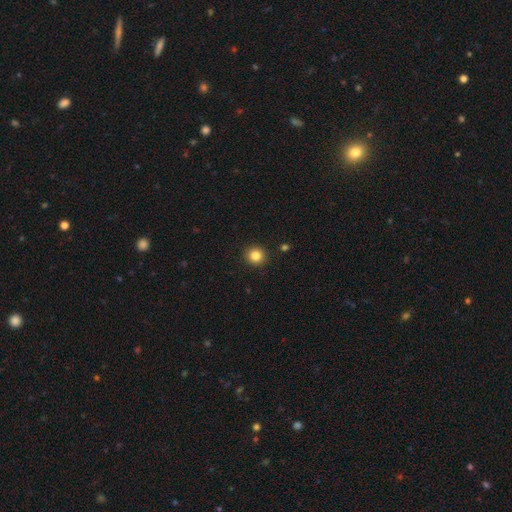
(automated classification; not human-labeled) Overall: smooth (84%). How rounded: round (91%). Merging: none (92%).